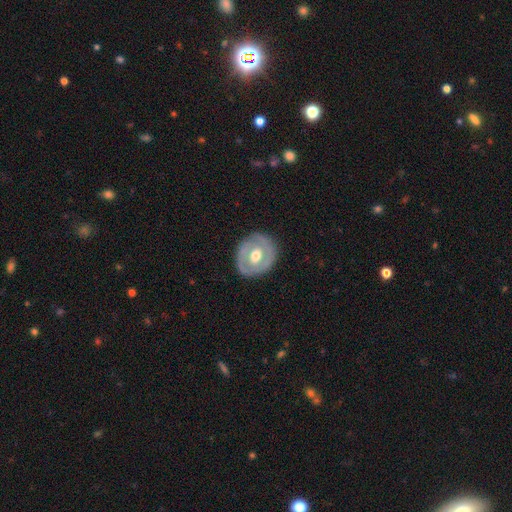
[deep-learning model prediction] Q: Smooth or featured?
A: featured or disk (62%); runner-up: smooth (33%)
Q: Edge-on disk?
A: no (95%); runner-up: yes (5%)
Q: Bar?
A: no (58%); runner-up: weak (31%)
Q: Spiral arms?
A: no (66%); runner-up: yes (34%)
Q: Bulge size?
A: moderate (74%); runner-up: large (16%)
Q: Merging?
A: none (82%); runner-up: minor disturbance (13%)